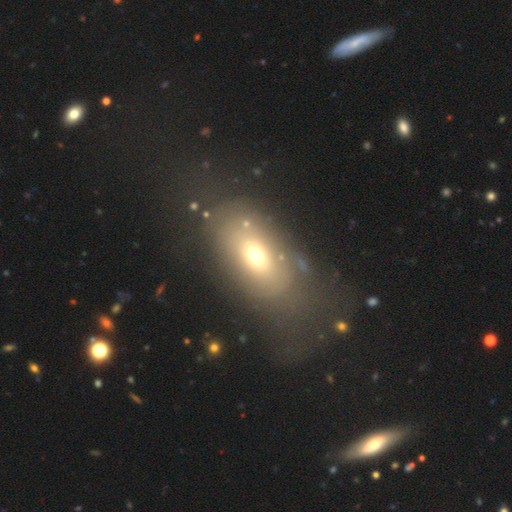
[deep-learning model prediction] This is possibly a smooth galaxy (55%). How rounded: clearly in between (81%). Merging: possibly none (59%).